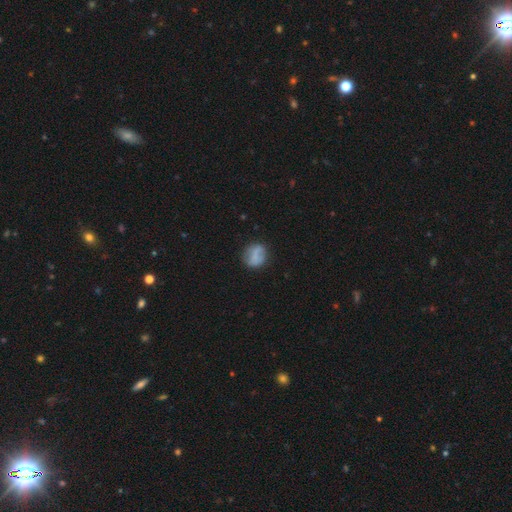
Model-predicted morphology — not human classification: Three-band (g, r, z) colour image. It shows a smooth galaxy with no disk features (68%) that is round (71%). Merging: none (70%).